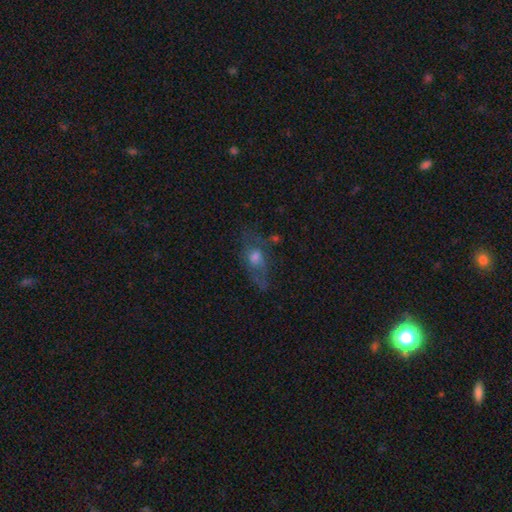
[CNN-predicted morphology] This appears to be a featured or disk galaxy (46%). Merging: none (55%).